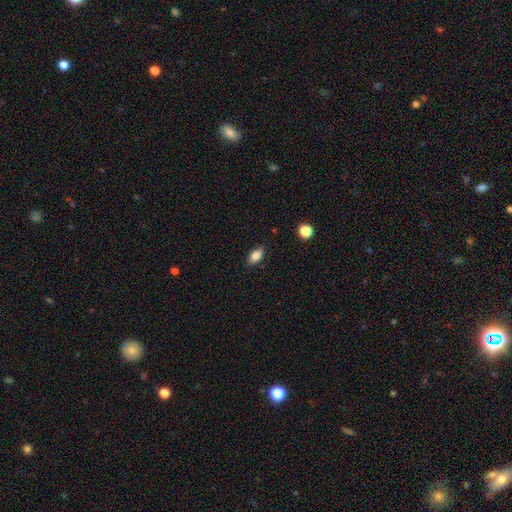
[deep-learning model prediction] Smooth or featured? Predicted: smooth (p=0.80). How rounded? Predicted: in between (p=0.86). Merging? Predicted: none (p=0.84).